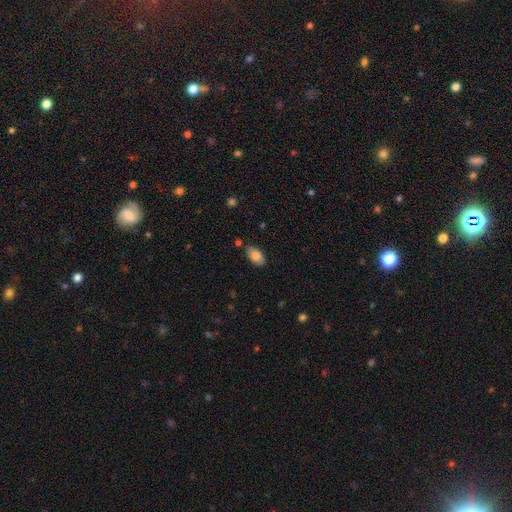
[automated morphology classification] A smooth galaxy with no disk features (81%) that is in between round and cigar-shaped (94%).

Vote fractions:
- Smooth or featured? smooth: 81% / featured or disk: 12% / star or artifact: 7%
- How rounded? in between: 94% / round: 4% / cigar-shaped: 2%
- Merging? none: 82% / minor disturbance: 12% / merger: 3% / major disturbance: 2%